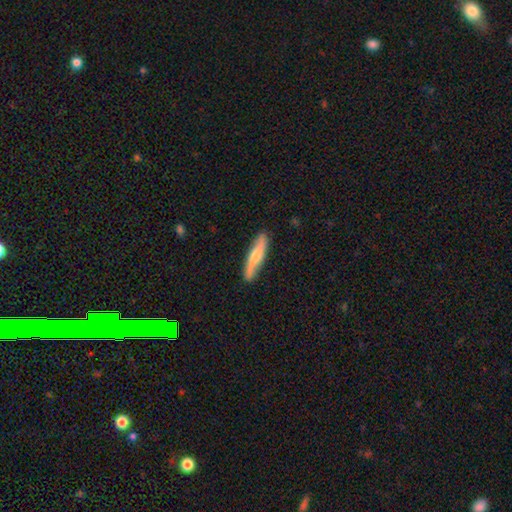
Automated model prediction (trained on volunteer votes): featured or disk 50%, smooth 43%, star or artifact 7%. Down the decision tree: edge-on disk — yes (69%); merging — none (84%).